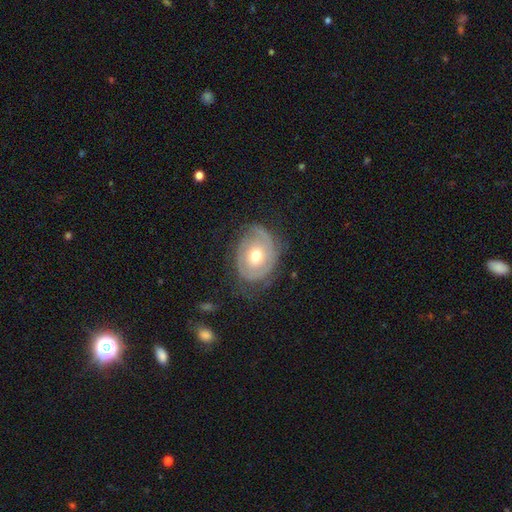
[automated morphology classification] The model was most divided on "merging": none: 64%, minor disturbance: 24%, major disturbance: 11%, merger: 1%. More confident: edge-on disk — no (95%); bar — no (81%); bulge size — moderate (77%); spiral arms — yes (74%); smooth or featured — featured or disk (69%).